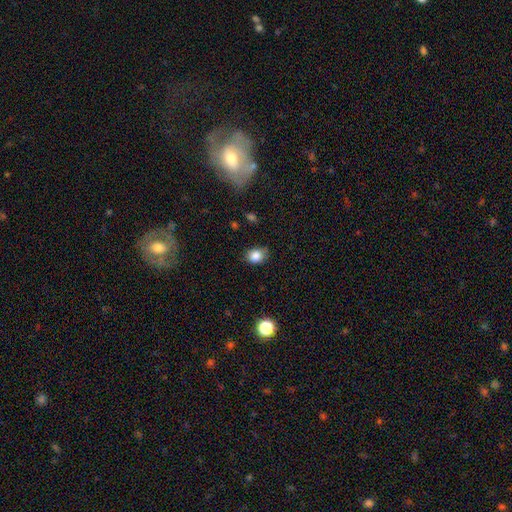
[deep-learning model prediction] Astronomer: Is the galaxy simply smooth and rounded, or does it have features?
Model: smooth — 84%.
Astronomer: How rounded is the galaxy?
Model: round — 52% (runner-up: in between, 47%).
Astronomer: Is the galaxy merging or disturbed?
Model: none — 71%.